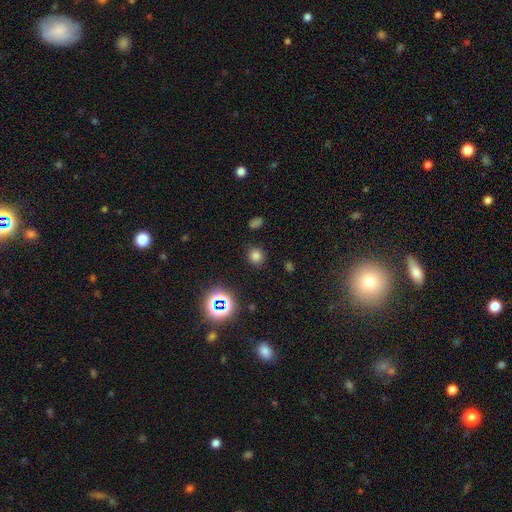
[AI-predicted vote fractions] A smooth galaxy with no disk features (74%) that is round (85%).

Vote fractions:
- Smooth or featured? smooth: 74% / star or artifact: 21% / featured or disk: 5%
- How rounded? round: 85% / in between: 14% / cigar-shaped: 1%
- Merging? none: 87% / minor disturbance: 8% / major disturbance: 3% / merger: 2%